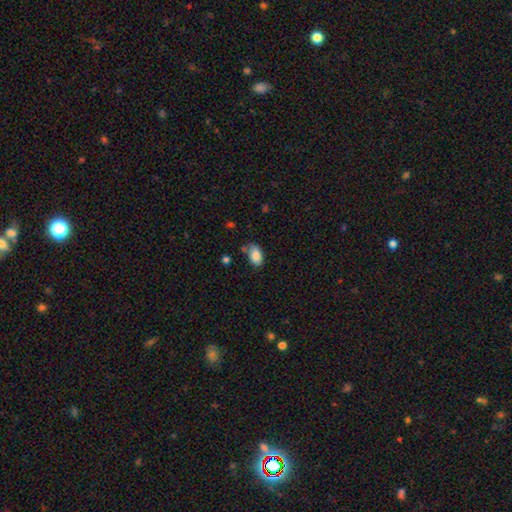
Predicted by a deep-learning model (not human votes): The model was most divided on "merging": none: 59%, minor disturbance: 28%, major disturbance: 6%, merger: 6%. More confident: how rounded — in between (92%); smooth or featured — smooth (86%).